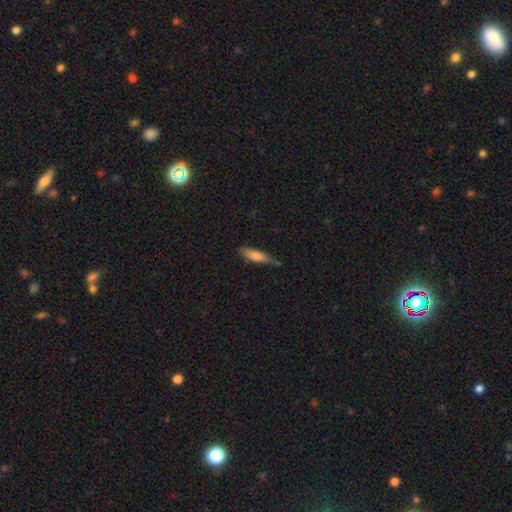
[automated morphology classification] Q: Smooth or featured?
A: smooth (68%); runner-up: featured or disk (25%)
Q: How rounded?
A: cigar-shaped (69%); runner-up: in between (29%)
Q: Merging?
A: none (63%); runner-up: minor disturbance (29%)